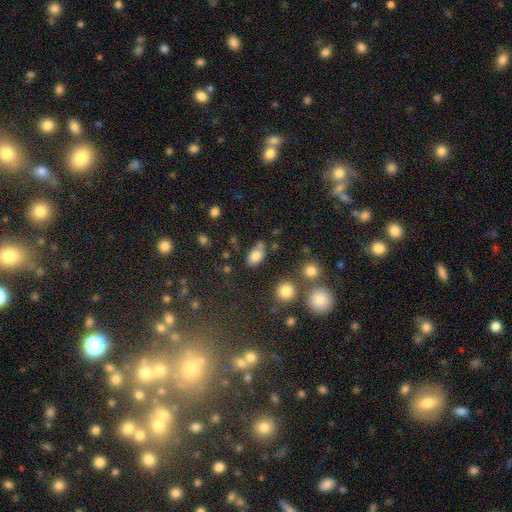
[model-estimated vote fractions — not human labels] A smooth galaxy with no disk features (80%) that is in between round and cigar-shaped (86%). Merging: none (60%).